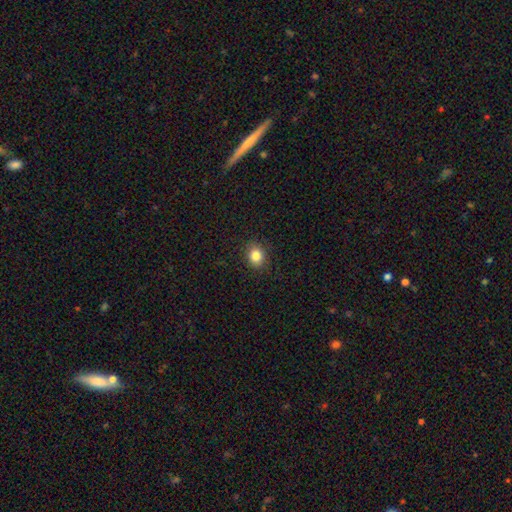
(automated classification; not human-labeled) Overall: smooth (84%). How rounded: round (60%; in between 39%). Merging: none (89%).